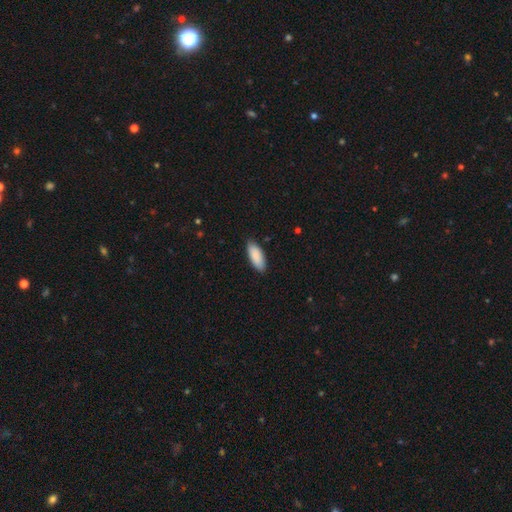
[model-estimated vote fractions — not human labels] Smooth or featured: smooth — 90% (star or artifact — 5%)
How rounded: in between — 82% (cigar-shaped — 17%)
Merging: none — 86% (minor disturbance — 11%)